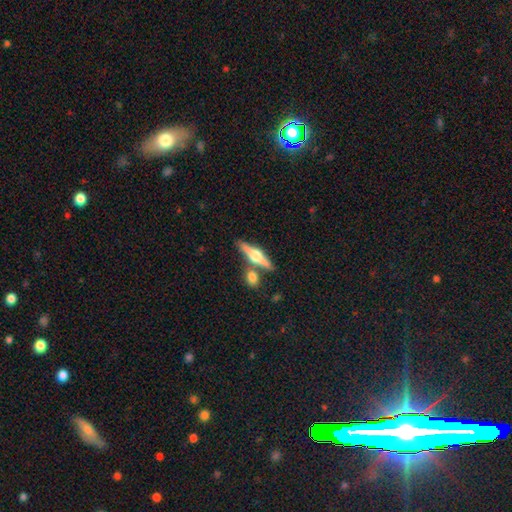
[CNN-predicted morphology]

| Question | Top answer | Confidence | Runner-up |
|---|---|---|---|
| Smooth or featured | featured or disk | 71% | smooth (24%) |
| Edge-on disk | yes | 96% | no (4%) |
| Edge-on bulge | rounded | 94% | boxy (4%) |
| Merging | none | 72% | merger (16%) |